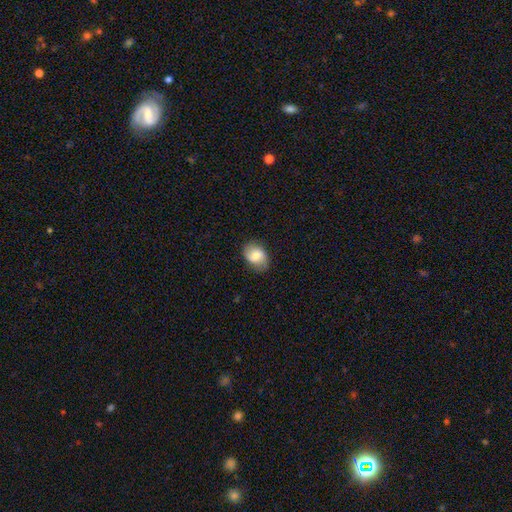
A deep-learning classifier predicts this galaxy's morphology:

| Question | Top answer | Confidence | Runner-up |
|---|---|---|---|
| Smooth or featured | smooth | 68% | featured or disk (24%) |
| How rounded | in between | 66% | round (33%) |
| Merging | none | 78% | minor disturbance (17%) |